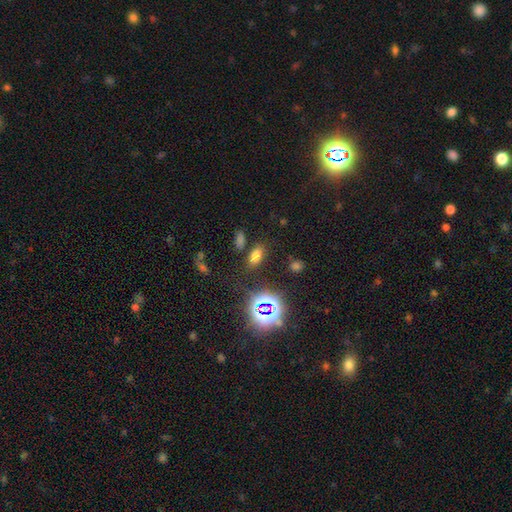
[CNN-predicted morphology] A smooth galaxy with no disk features (65%) that is in between round and cigar-shaped (86%). Merging: none (79%).